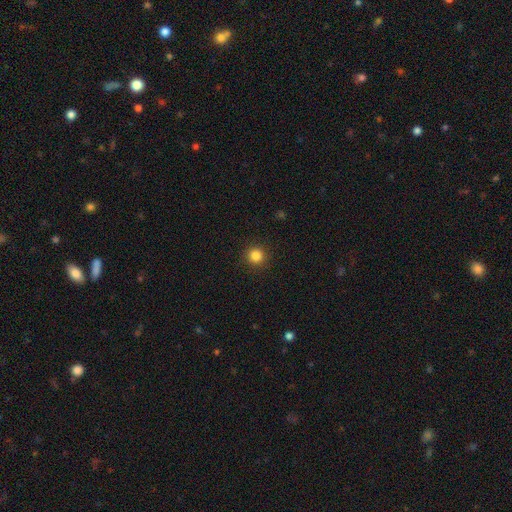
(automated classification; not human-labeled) This is clearly a smooth galaxy (84%). How rounded: clearly round (95%). Merging: clearly none (92%).